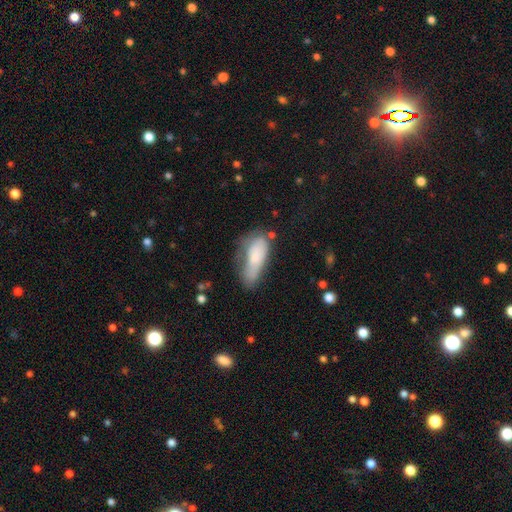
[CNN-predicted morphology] smooth 71%, featured or disk 21%, star or artifact 7%. Down the decision tree: how rounded — in between (73%); merging — none (37%).